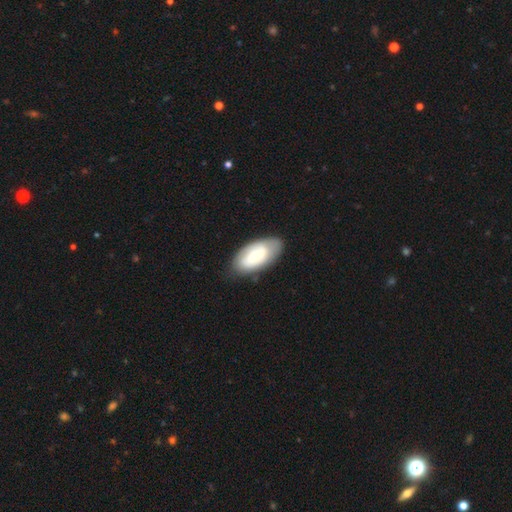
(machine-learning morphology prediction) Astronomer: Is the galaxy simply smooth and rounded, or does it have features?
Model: smooth — 53% (runner-up: featured or disk, 42%).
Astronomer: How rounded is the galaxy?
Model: in between — 93%.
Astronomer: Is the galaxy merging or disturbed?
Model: none — 77%.